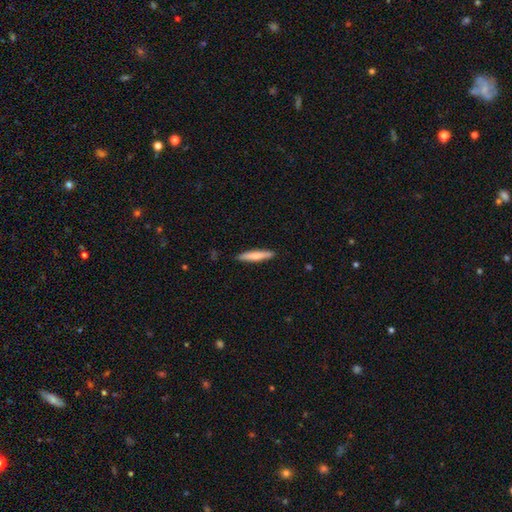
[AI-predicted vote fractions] Overall: smooth (66%; featured or disk 29%). How rounded: cigar-shaped (89%). Merging: none (90%).